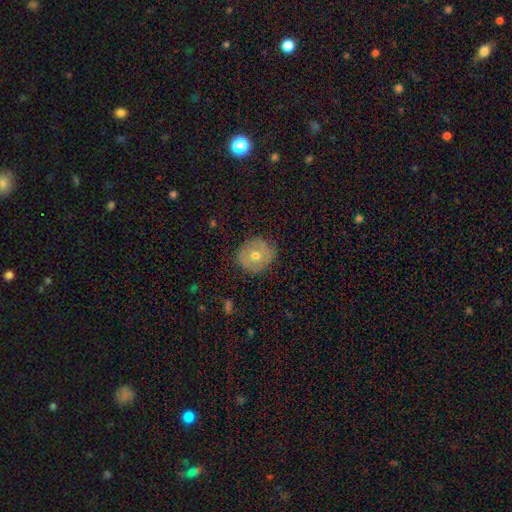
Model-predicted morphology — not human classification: This is possibly a smooth galaxy (51%). How rounded: clearly round (85%). Merging: clearly none (81%).